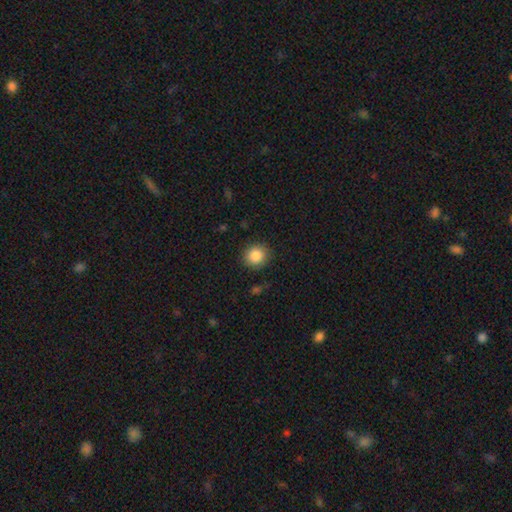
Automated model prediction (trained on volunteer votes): Q: Smooth or featured?
A: smooth (86%); runner-up: star or artifact (9%)
Q: How rounded?
A: round (87%); runner-up: in between (12%)
Q: Merging?
A: none (88%); runner-up: minor disturbance (8%)